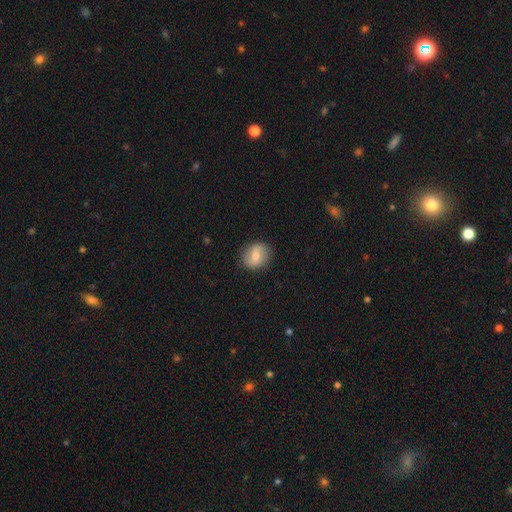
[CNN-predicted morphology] Smooth or featured: smooth — 59% (featured or disk — 34%)
How rounded: round — 68% (in between — 31%)
Merging: none — 85% (minor disturbance — 11%)